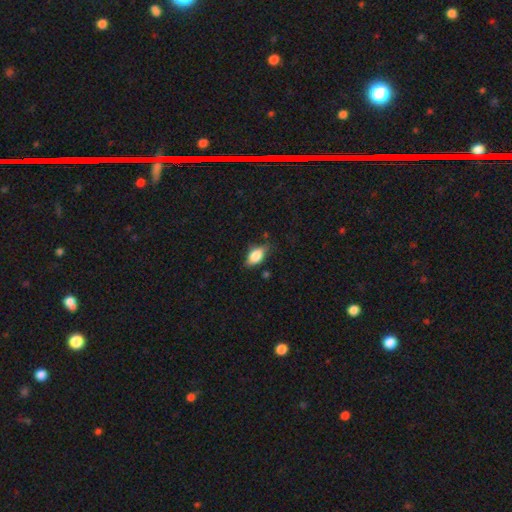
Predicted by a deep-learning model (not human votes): Smooth or featured?
  - smooth: 77% *
  - featured or disk: 15%
  - star or artifact: 8%
How rounded?
  - in between: 87% *
  - cigar-shaped: 7%
  - round: 6%
Merging?
  - none: 70% *
  - minor disturbance: 23%
  - major disturbance: 5%
  - merger: 2%